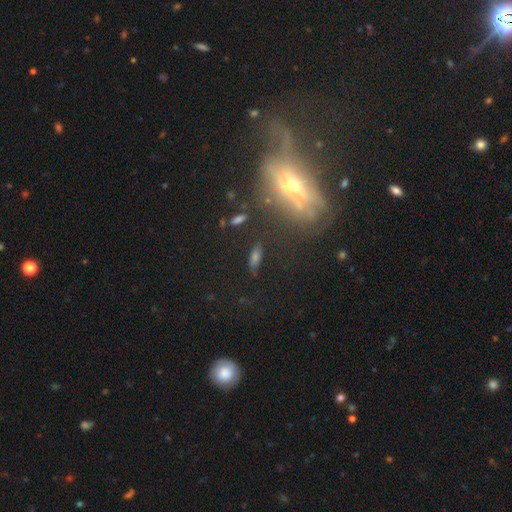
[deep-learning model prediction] This appears to be a featured or disk galaxy (40%). Merging: none (71%).